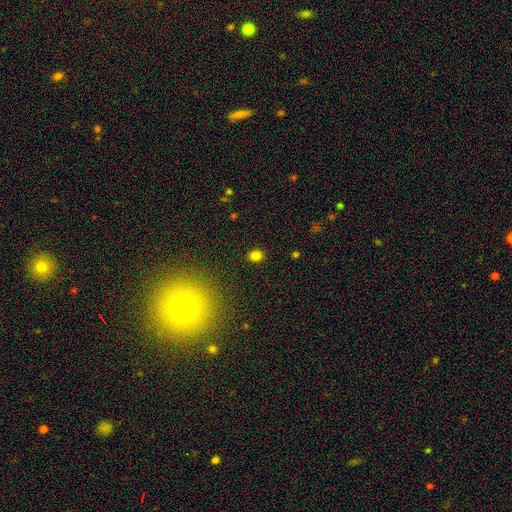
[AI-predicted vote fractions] Smooth or featured? Predicted: smooth (p=0.81). How rounded? Predicted: round (p=0.71). Merging? Predicted: none (p=0.90).